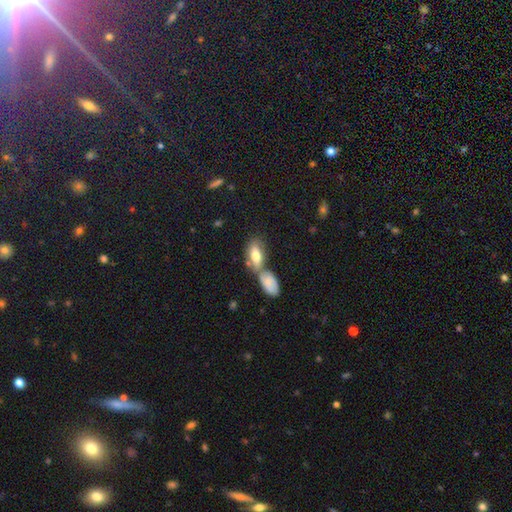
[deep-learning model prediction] Smooth or featured? smooth (70%)
How rounded? in between (86%)
Merging? merger (45%)